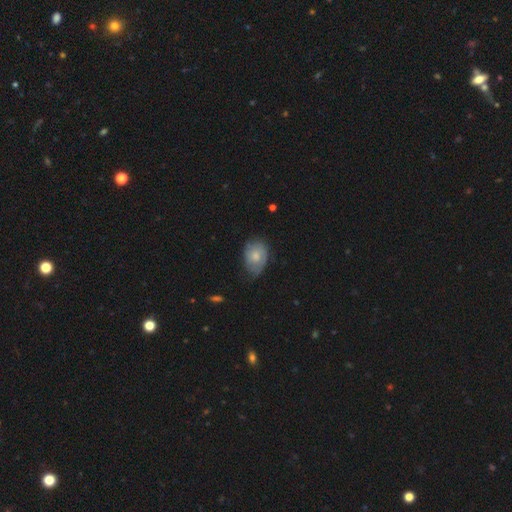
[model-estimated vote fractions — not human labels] Smooth or featured? smooth (63%)
How rounded? in between (73%)
Merging? none (54%)